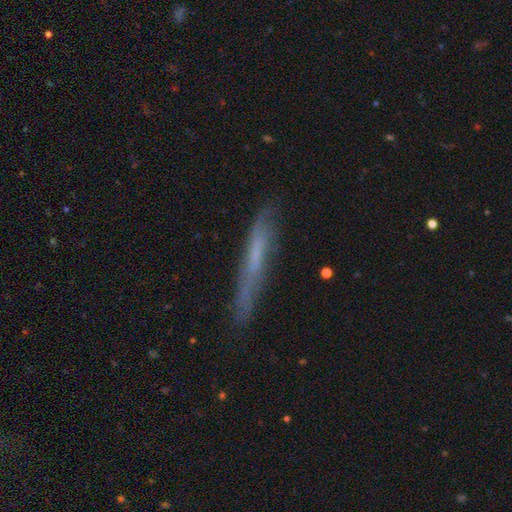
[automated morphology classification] This appears to be a smooth galaxy with no disk features (46%, tied with featured or disk). Merging: none (76%).